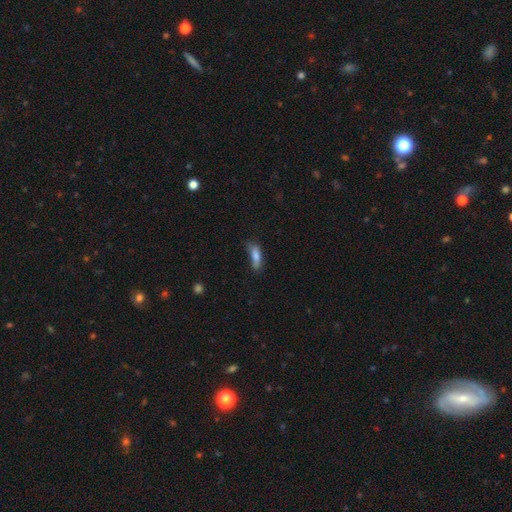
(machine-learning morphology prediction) Smooth or featured? Predicted: smooth (p=0.77). How rounded? Predicted: in between (p=0.55). Merging? Predicted: none (p=0.44).